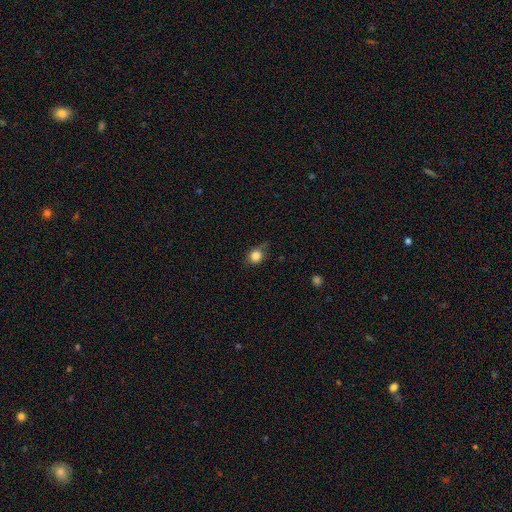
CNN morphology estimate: This appears to be a smooth galaxy with no disk features (83%) that is round (75%). Merging: none (62%).